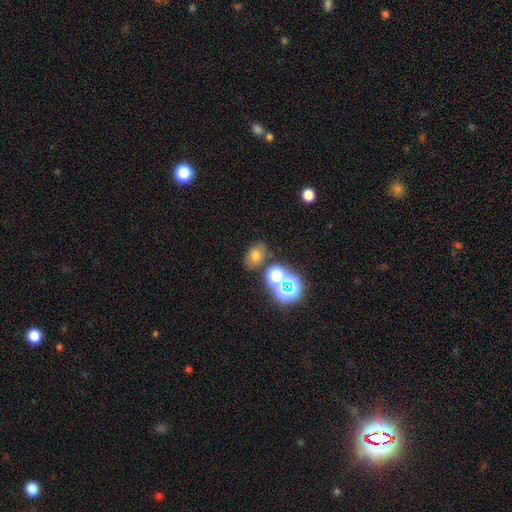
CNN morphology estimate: Smooth or featured?
  - smooth: 61% *
  - star or artifact: 24%
  - featured or disk: 14%
How rounded?
  - in between: 70% *
  - round: 29%
  - cigar-shaped: 1%
Merging?
  - none: 73% *
  - minor disturbance: 12%
  - merger: 10%
  - major disturbance: 5%